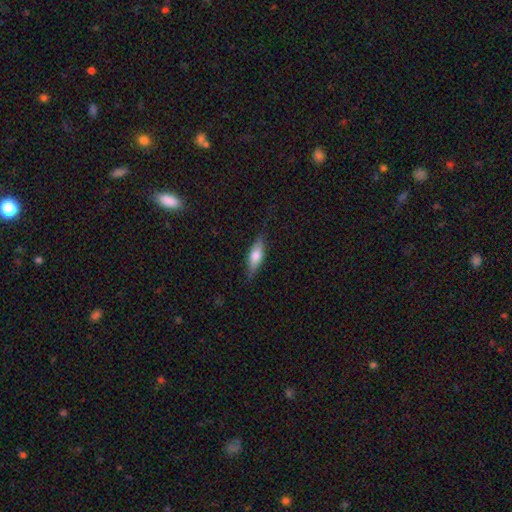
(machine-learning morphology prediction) Overall: smooth (62%; featured or disk 32%). How rounded: in between (54%; cigar-shaped 43%). Merging: none (81%).